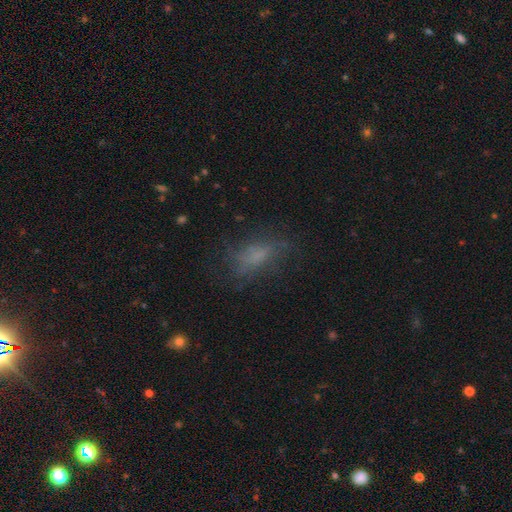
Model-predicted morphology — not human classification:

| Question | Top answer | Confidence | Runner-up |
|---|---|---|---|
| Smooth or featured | smooth | 62% | featured or disk (21%) |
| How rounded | in between | 80% | cigar-shaped (12%) |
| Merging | none | 60% | minor disturbance (21%) |